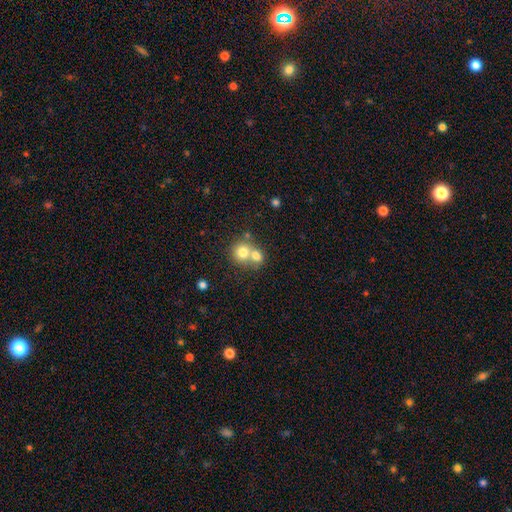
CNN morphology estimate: This appears to be a smooth galaxy with no disk features (74%) that is round (78%). Merging: merger (62%).